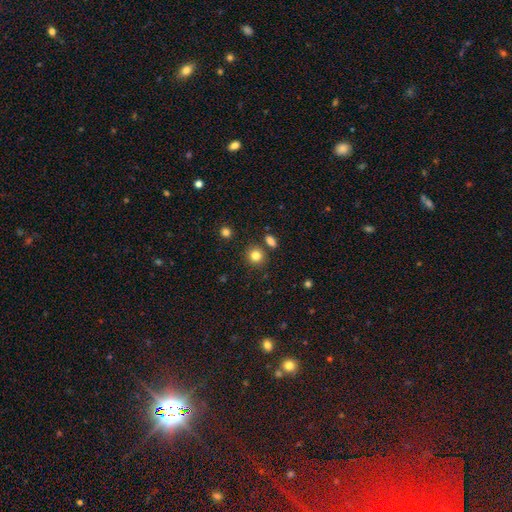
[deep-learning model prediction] smooth_or_featured: smooth (p=0.83) [alt: star or artifact p=0.12]
how_rounded: round (p=0.87) [alt: in between p=0.12]
merging: none (p=0.82) [alt: minor disturbance p=0.08]